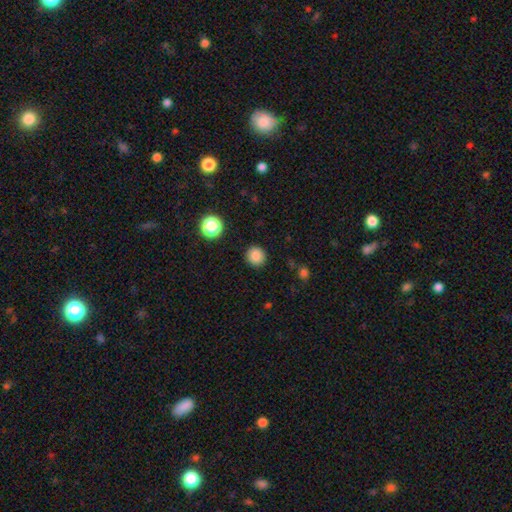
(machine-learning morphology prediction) type=smooth (85%); roundness=round (93%); merging=none (91%).